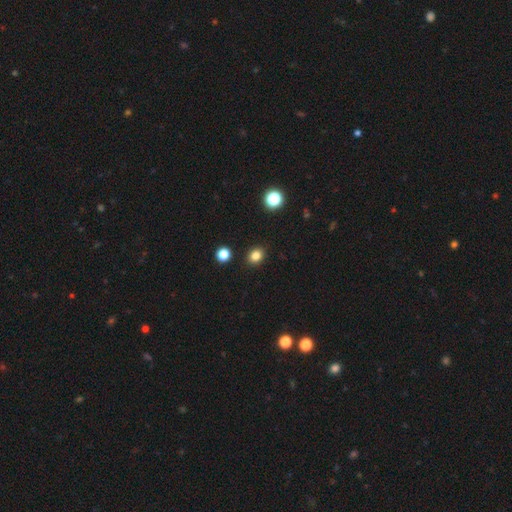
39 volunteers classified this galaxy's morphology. A smooth galaxy with no disk features (77%) that is round (53%).

Vote fractions:
- Smooth or featured? smooth: 77% / featured or disk: 13% / star or artifact: 10%
- How rounded? round: 53% / in between: 47% / cigar-shaped: 0%
- Merging? none: 89% / minor disturbance: 9% / major disturbance: 3% / merger: 0%